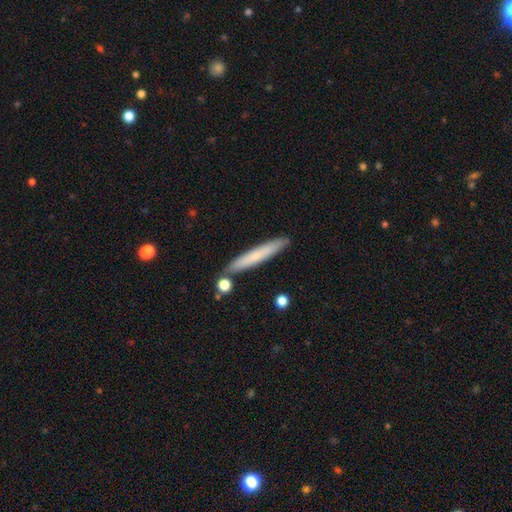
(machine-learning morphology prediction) smooth-or-featured: smooth: 68% | featured or disk: 26% | star or artifact: 6%
  how-rounded: cigar-shaped: 95% | in between: 4% | round: 1%
  merging: none: 86% | minor disturbance: 8% | merger: 4% | major disturbance: 2%